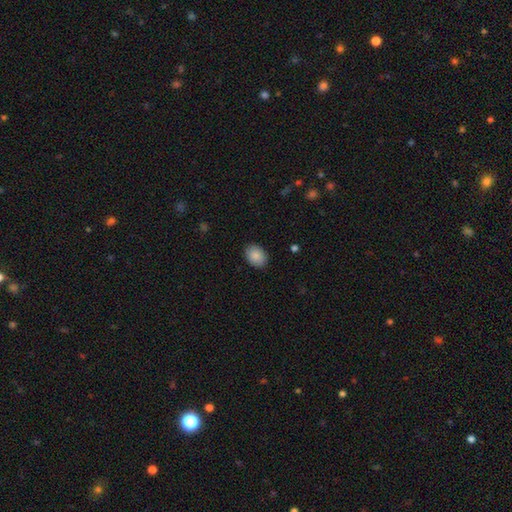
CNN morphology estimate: smooth-or-featured: smooth: 89% | star or artifact: 7% | featured or disk: 4%
  how-rounded: in between: 72% | round: 27% | cigar-shaped: 1%
  merging: none: 88% | minor disturbance: 9% | major disturbance: 2% | merger: 1%